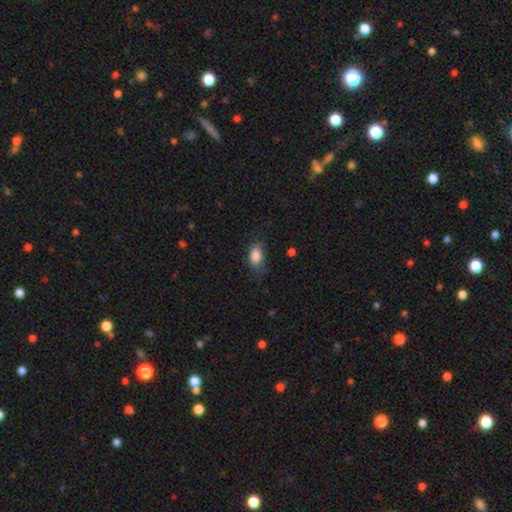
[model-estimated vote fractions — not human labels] Smooth or featured? Predicted: smooth (p=0.84). How rounded? Predicted: in between (p=0.90). Merging? Predicted: none (p=0.63).